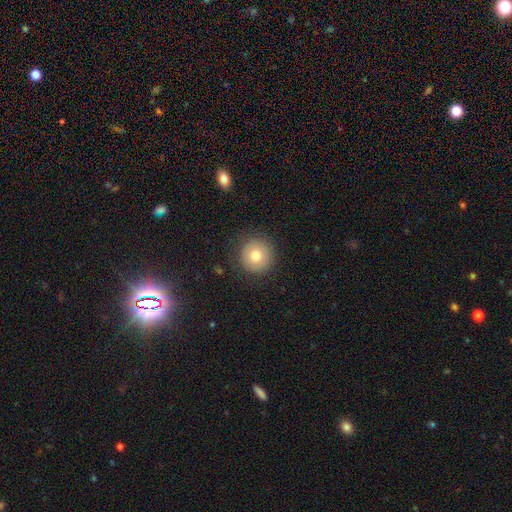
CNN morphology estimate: Overall: smooth (77%). How rounded: round (95%). Merging: none (87%).